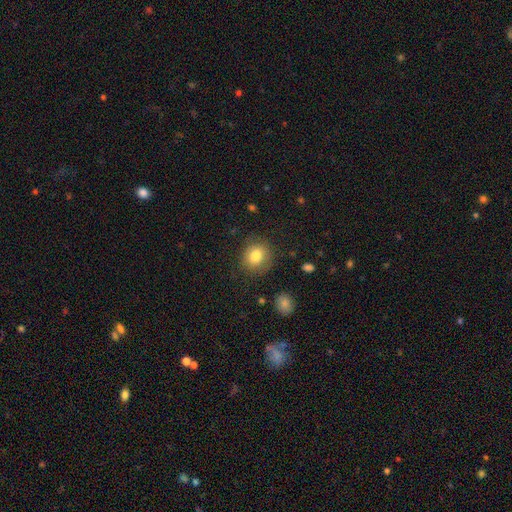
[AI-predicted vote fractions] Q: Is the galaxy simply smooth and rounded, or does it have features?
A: smooth — 82%.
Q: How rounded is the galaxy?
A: round — 73%.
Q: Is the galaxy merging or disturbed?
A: none — 82%.